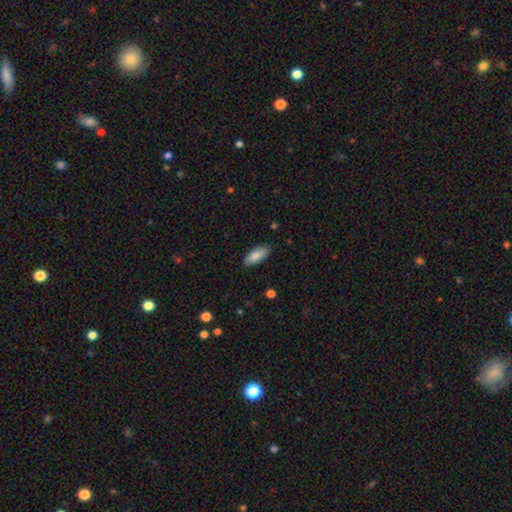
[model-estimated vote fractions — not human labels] This is clearly a smooth galaxy (85%). How rounded: clearly in between (83%). Merging: clearly none (86%).